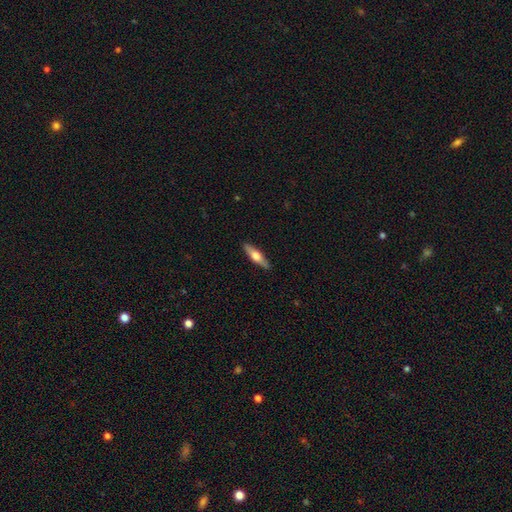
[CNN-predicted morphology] featured or disk 49%, smooth 46%, star or artifact 5%. Down the decision tree: merging — none (89%).